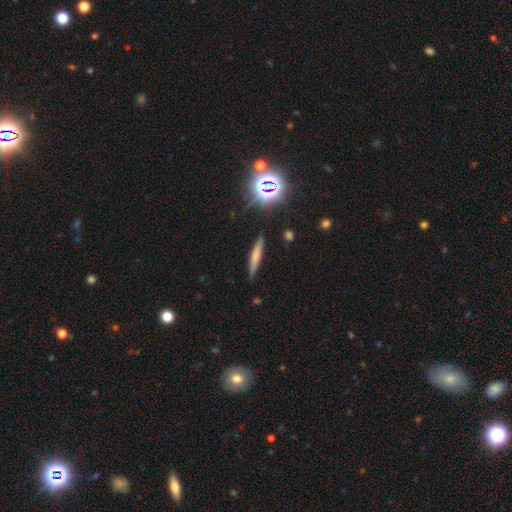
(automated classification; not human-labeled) smooth-or-featured: smooth: 61% | featured or disk: 25% | star or artifact: 13%
  how-rounded: cigar-shaped: 91% | in between: 7% | round: 2%
  merging: none: 86% | minor disturbance: 10% | major disturbance: 2% | merger: 2%